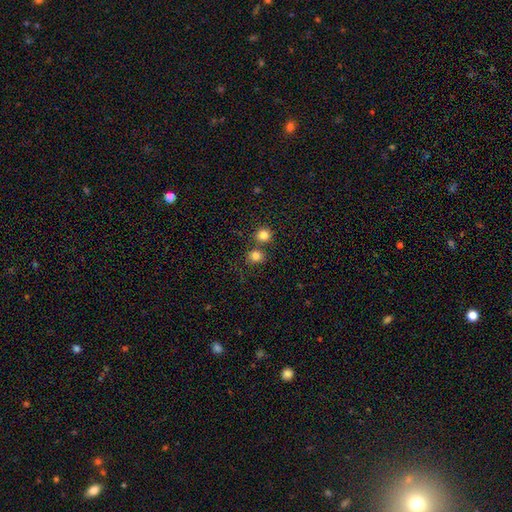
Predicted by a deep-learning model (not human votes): Q: Smooth or featured?
A: smooth (81%); runner-up: star or artifact (14%)
Q: How rounded?
A: round (84%); runner-up: in between (15%)
Q: Merging?
A: none (66%); runner-up: merger (24%)